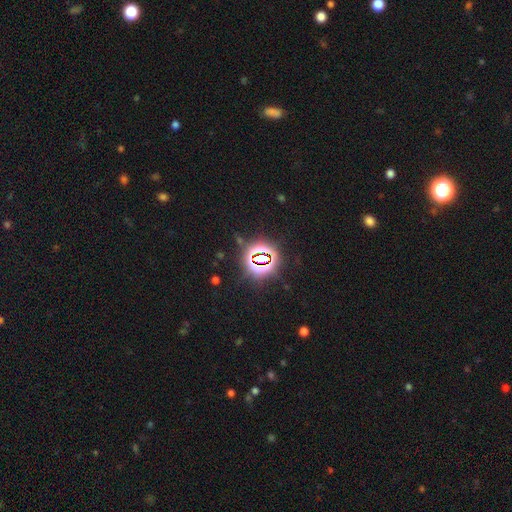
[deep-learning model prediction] smooth-or-featured: star or artifact: 82% | smooth: 11% | featured or disk: 7%